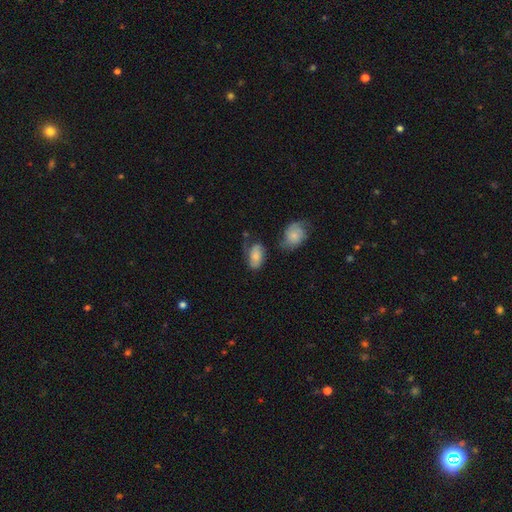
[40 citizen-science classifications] smooth_or_featured: smooth (p=0.68) [alt: featured or disk p=0.25]
how_rounded: in between (p=0.89) [alt: round p=0.07]
merging: none (p=0.38) [alt: minor disturbance p=0.35]